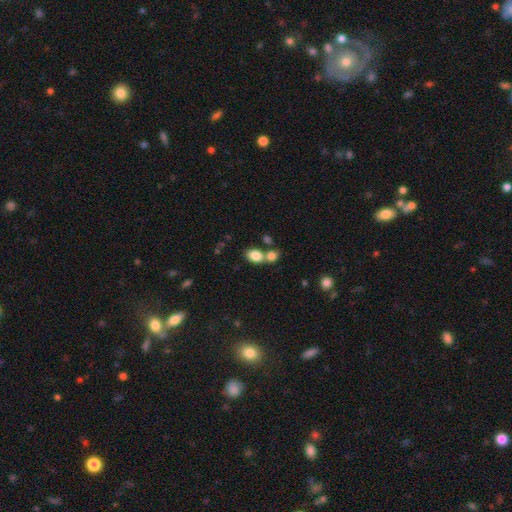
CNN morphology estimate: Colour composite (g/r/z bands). It shows a smooth galaxy with no disk features (83%) that is in between round and cigar-shaped (75%). Merging: none (45%).